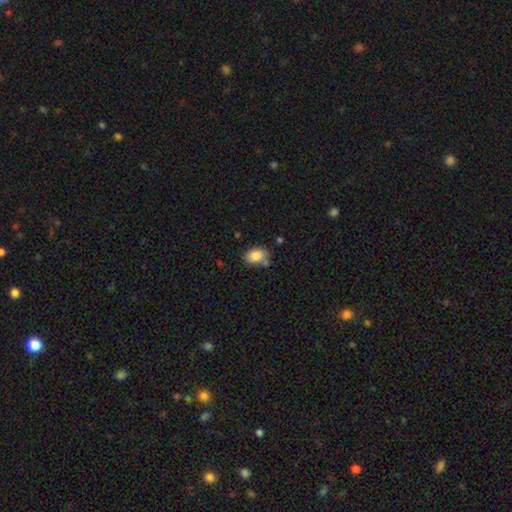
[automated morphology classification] Q: Smooth or featured?
A: smooth (83%); runner-up: featured or disk (9%)
Q: How rounded?
A: in between (81%); runner-up: round (18%)
Q: Merging?
A: none (60%); runner-up: minor disturbance (23%)